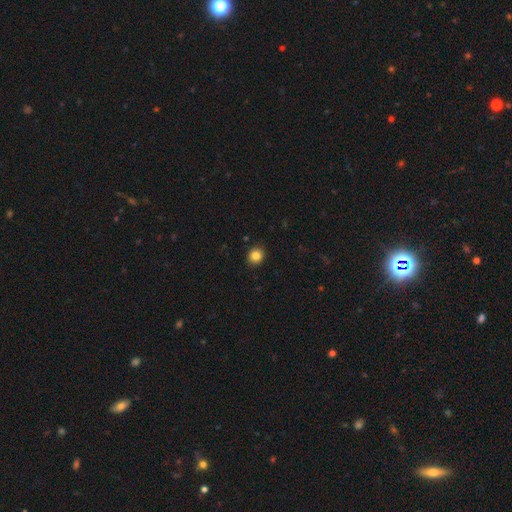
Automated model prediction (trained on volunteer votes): smooth 85%, star or artifact 11%, featured or disk 5%. Down the decision tree: how rounded — round (79%); merging — none (90%).